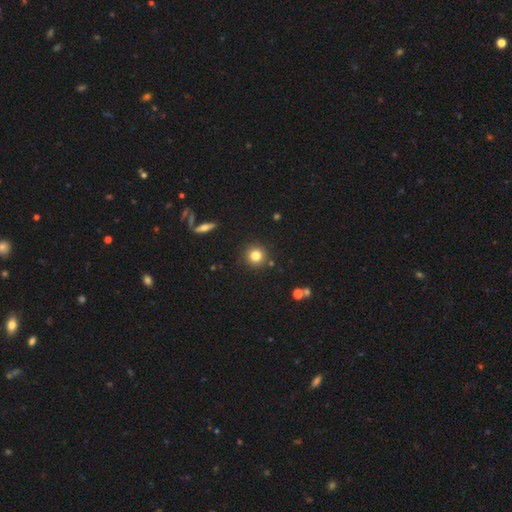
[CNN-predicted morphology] A smooth galaxy with no disk features (81%) that is round (94%).

Vote fractions:
- Smooth or featured? smooth: 81% / star or artifact: 12% / featured or disk: 8%
- How rounded? round: 94% / in between: 5% / cigar-shaped: 1%
- Merging? none: 89% / minor disturbance: 6% / merger: 3% / major disturbance: 2%